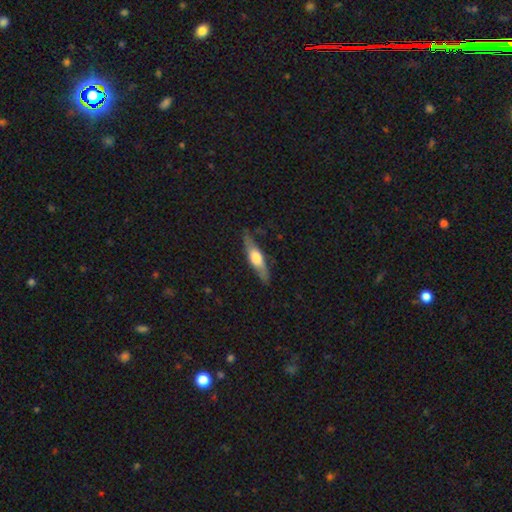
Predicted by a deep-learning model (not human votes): The model was most divided on "smooth or featured": featured or disk: 59%, smooth: 35%, star or artifact: 5%. More confident: edge-on bulge — rounded (87%); edge-on disk — yes (87%); merging — none (81%).